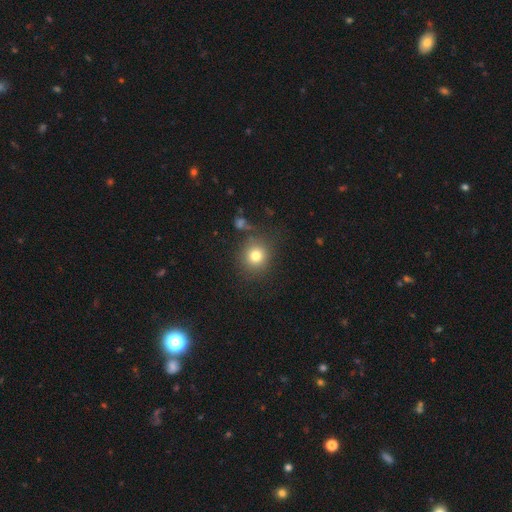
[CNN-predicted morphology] Smooth or featured? Predicted: smooth (p=0.78). How rounded? Predicted: round (p=0.89). Merging? Predicted: none (p=0.81).